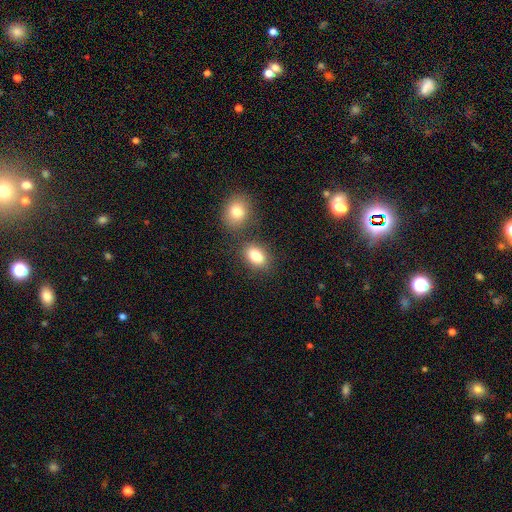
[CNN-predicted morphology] Smooth or featured: smooth — 82% (star or artifact — 9%)
How rounded: in between — 81% (round — 17%)
Merging: none — 71% (merger — 15%)